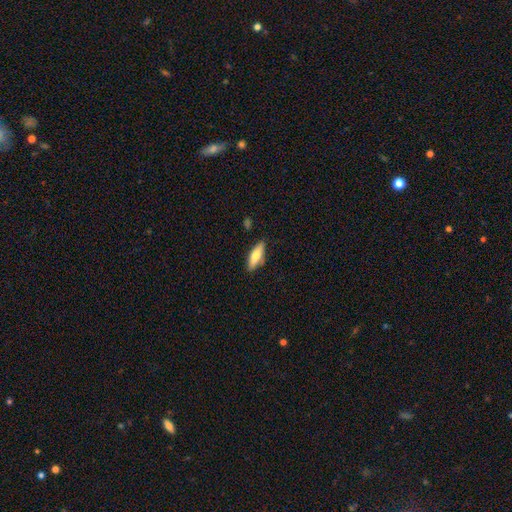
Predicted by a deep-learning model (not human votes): Smooth or featured?
  - smooth: 64% *
  - featured or disk: 30%
  - star or artifact: 6%
How rounded?
  - in between: 52% *
  - cigar-shaped: 46%
  - round: 2%
Merging?
  - none: 82% *
  - minor disturbance: 13%
  - merger: 2%
  - major disturbance: 2%